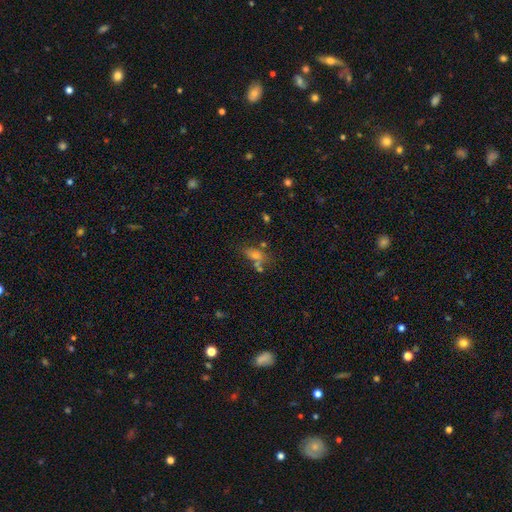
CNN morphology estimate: A smooth galaxy with no disk features (54%) that is in between round and cigar-shaped (66%).

Vote fractions:
- Smooth or featured? smooth: 54% / star or artifact: 26% / featured or disk: 20%
- How rounded? in between: 66% / round: 21% / cigar-shaped: 13%
- Merging? none: 49% / merger: 25% / minor disturbance: 17% / major disturbance: 10%